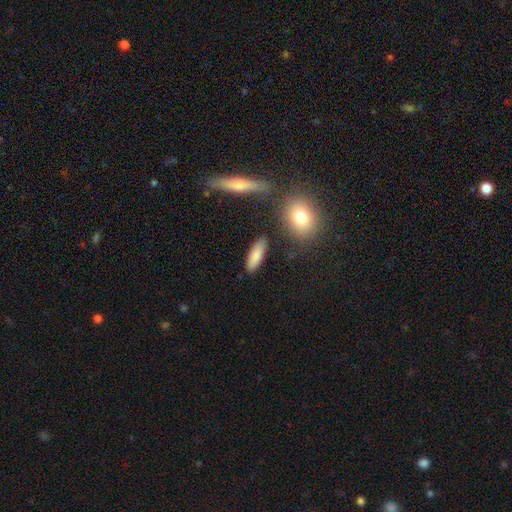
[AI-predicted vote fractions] This is clearly a smooth galaxy (84%). How rounded: likely in between (60%). Merging: clearly none (84%).